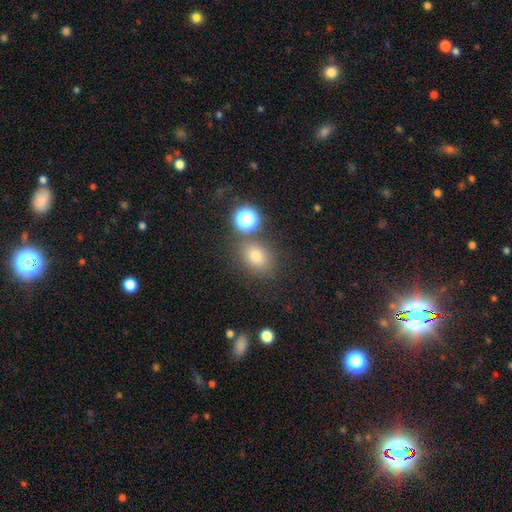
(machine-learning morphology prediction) Smooth or featured?
  - smooth: 71% *
  - star or artifact: 20%
  - featured or disk: 9%
How rounded?
  - in between: 51% *
  - round: 48%
  - cigar-shaped: 1%
Merging?
  - none: 75% *
  - minor disturbance: 12%
  - merger: 9%
  - major disturbance: 5%